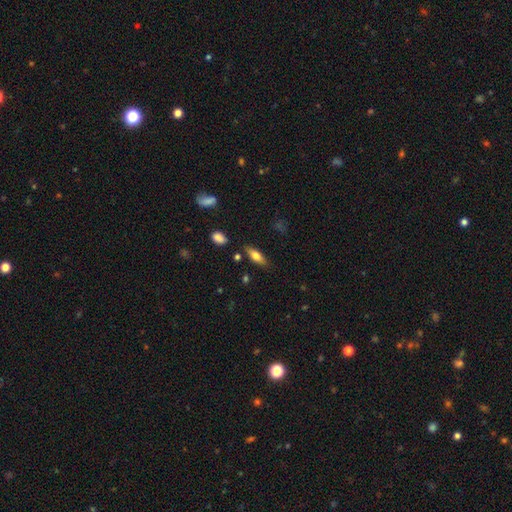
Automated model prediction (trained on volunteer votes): Smooth or featured: smooth — 68% (featured or disk — 25%)
How rounded: in between — 66% (cigar-shaped — 31%)
Merging: none — 79% (minor disturbance — 14%)